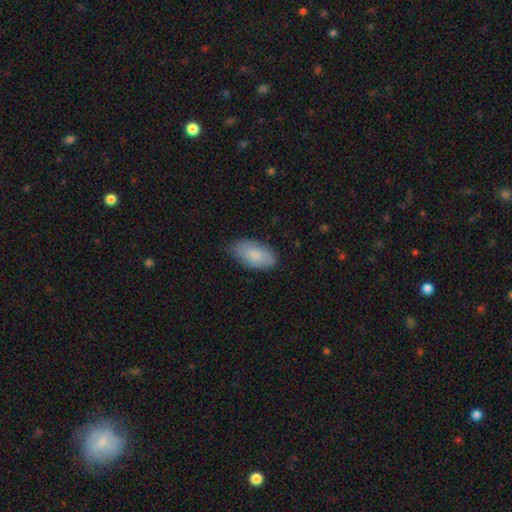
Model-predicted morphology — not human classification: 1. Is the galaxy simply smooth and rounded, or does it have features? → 82% smooth, 12% featured or disk, 6% star or artifact.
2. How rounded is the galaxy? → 95% in between, 3% cigar-shaped, 2% round.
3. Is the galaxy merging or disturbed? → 75% none, 21% minor disturbance, 3% major disturbance, 1% merger.